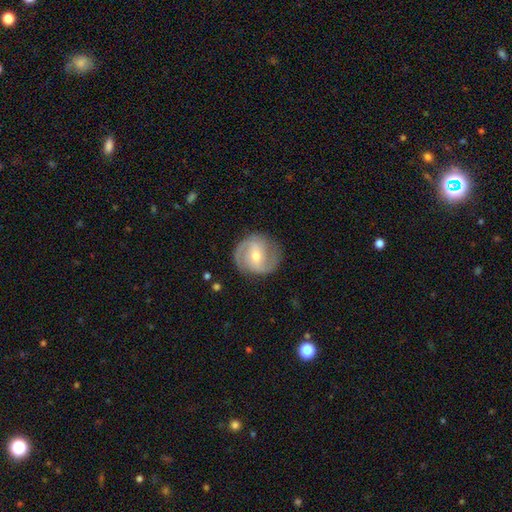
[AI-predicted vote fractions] This is clearly a featured or disk galaxy (80%). It is clearly not viewed edge-on (97%). Bar: possibly weak (47%). Spiral arm pattern: clearly yes (93%). Spiral arm count: clearly 2 (82%). Spiral winding: possibly medium (48%). Central bulge: possibly moderate (56%). Merging: clearly none (82%).